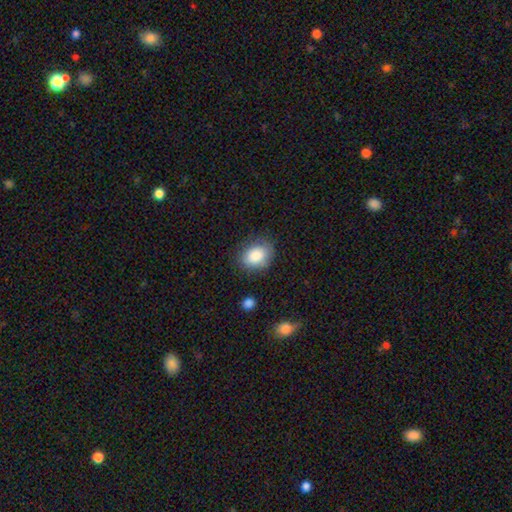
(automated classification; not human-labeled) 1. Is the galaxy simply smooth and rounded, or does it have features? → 87% smooth, 8% star or artifact, 6% featured or disk.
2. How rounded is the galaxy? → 68% in between, 31% round, 1% cigar-shaped.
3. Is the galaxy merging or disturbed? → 78% none, 15% minor disturbance, 4% major disturbance, 2% merger.